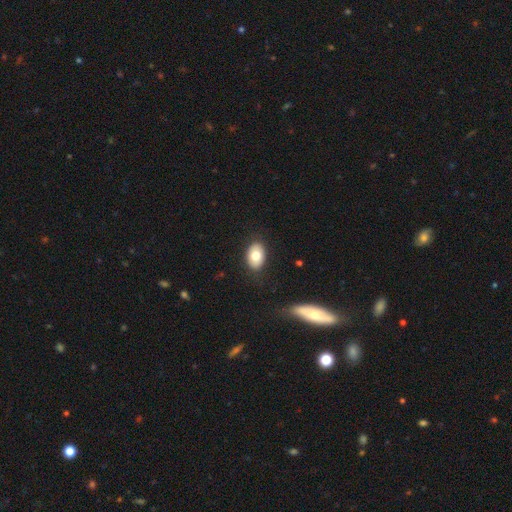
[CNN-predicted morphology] smooth_or_featured: smooth (p=0.78) [alt: featured or disk p=0.15]
how_rounded: in between (p=0.86) [alt: round p=0.13]
merging: none (p=0.86) [alt: minor disturbance p=0.10]